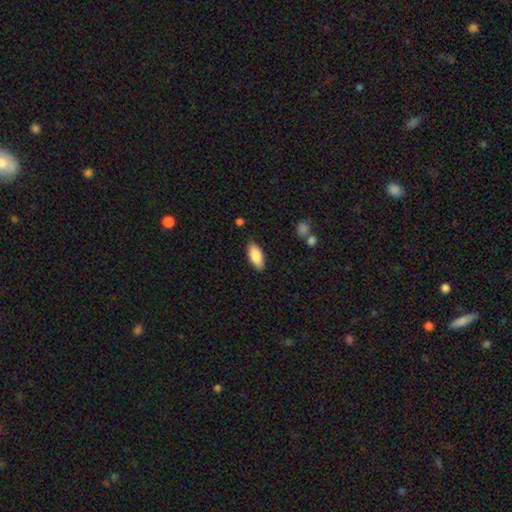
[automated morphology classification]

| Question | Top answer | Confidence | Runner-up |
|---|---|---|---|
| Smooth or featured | smooth | 84% | featured or disk (10%) |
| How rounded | in between | 86% | cigar-shaped (12%) |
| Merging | none | 86% | minor disturbance (11%) |